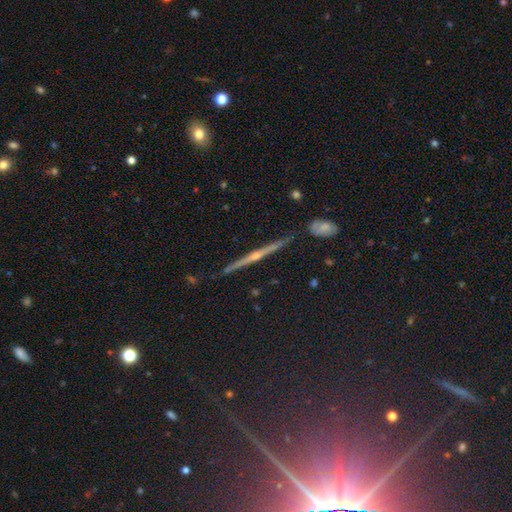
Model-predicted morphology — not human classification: Overall: featured or disk (68%). Edge-on disk: yes (96%). Edge-on bulge: rounded (76%). Merging: none (89%).